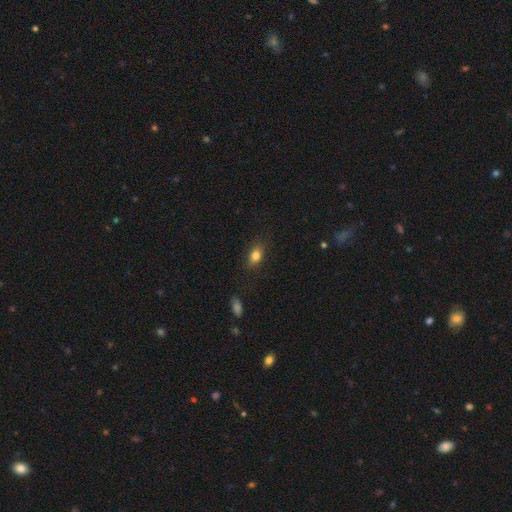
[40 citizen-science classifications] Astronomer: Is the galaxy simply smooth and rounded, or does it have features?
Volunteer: smooth — 85%.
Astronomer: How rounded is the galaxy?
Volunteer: in between — 62%.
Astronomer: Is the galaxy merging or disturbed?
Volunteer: none — 84%.